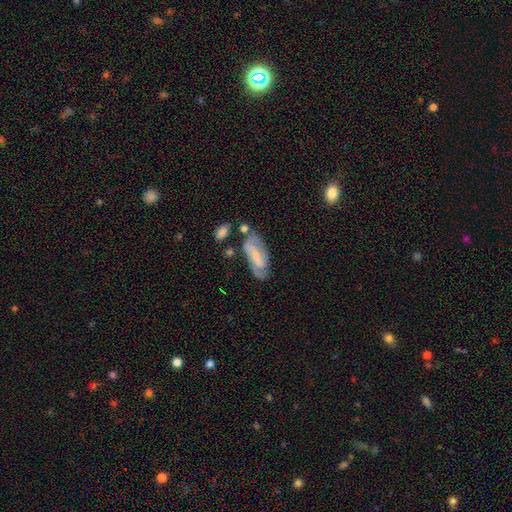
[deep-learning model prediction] This is likely a featured or disk galaxy (71%). It is clearly not viewed edge-on (92%). Bar: marginally weak (42%). Spiral arm pattern: clearly yes (89%). Spiral arm count: likely 2 (75%). Spiral winding: marginally medium (45%). Central bulge: possibly small (51%). Merging: likely none (63%).